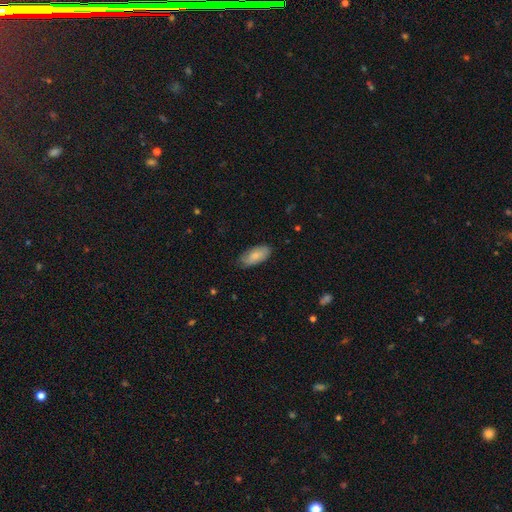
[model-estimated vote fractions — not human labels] Morphology: type=smooth (77%); roundness=in between (90%); merging=none (72%).